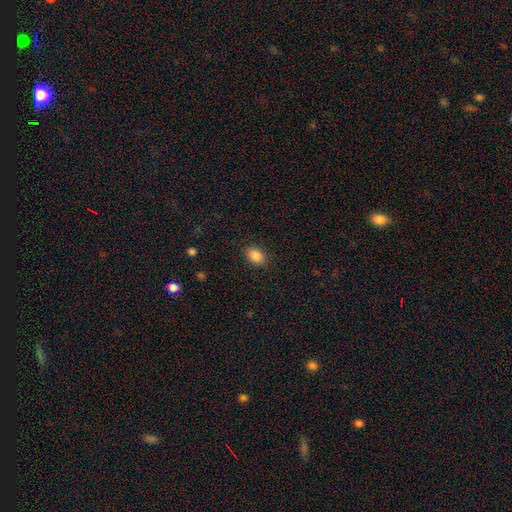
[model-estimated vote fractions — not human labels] A smooth galaxy with no disk features (88%) that is in between round and cigar-shaped (81%).

Vote fractions:
- Smooth or featured? smooth: 88% / star or artifact: 9% / featured or disk: 3%
- How rounded? in between: 81% / round: 18% / cigar-shaped: 1%
- Merging? none: 88% / minor disturbance: 9% / major disturbance: 3% / merger: 1%